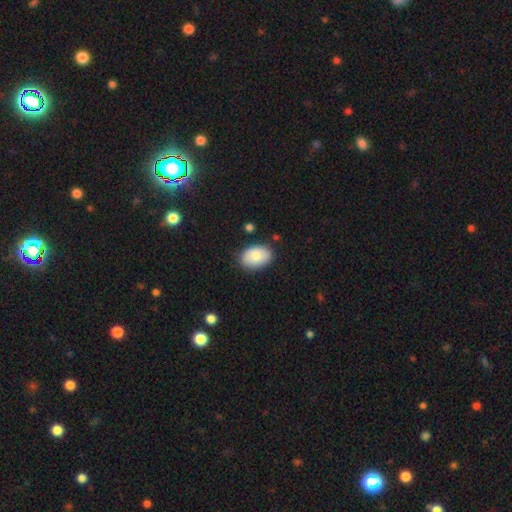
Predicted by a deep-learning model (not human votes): This is clearly a smooth galaxy (82%). How rounded: clearly in between (89%). Merging: clearly none (83%).